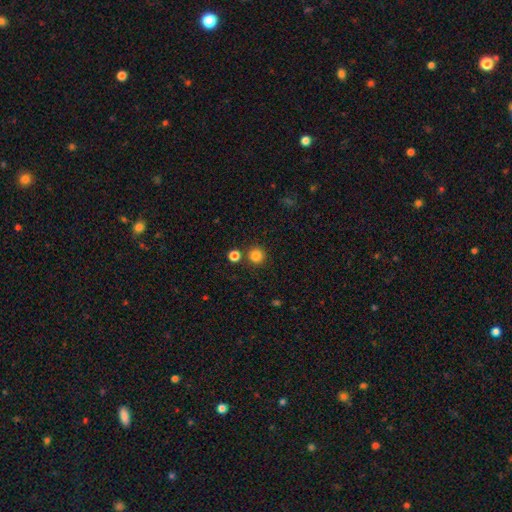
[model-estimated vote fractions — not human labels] smooth 83%, star or artifact 13%, featured or disk 4%. Down the decision tree: how rounded — round (95%); merging — none (85%).